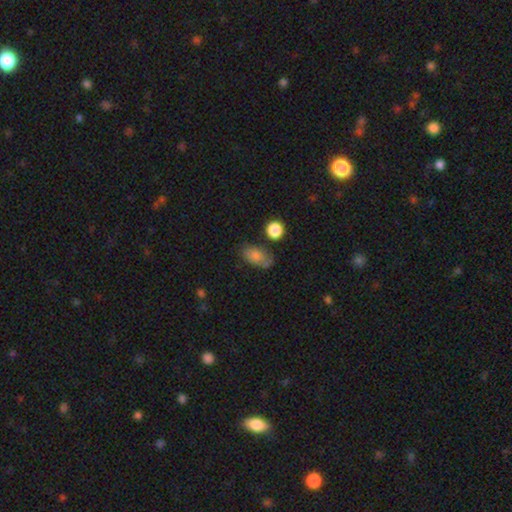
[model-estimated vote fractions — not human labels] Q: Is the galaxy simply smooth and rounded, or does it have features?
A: smooth — 74%.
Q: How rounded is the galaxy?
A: in between — 86%.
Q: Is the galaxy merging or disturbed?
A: none — 60%.